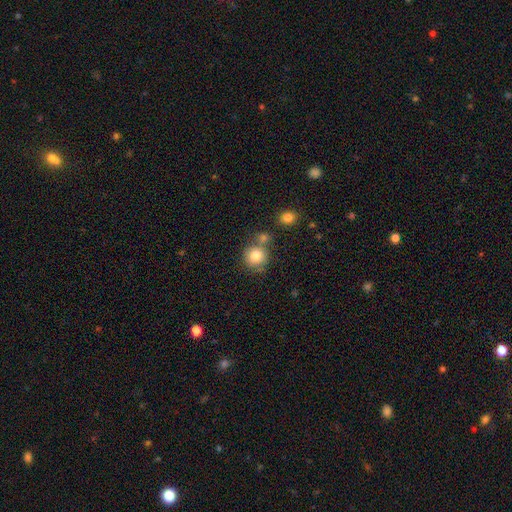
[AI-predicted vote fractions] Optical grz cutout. It shows a smooth galaxy with no disk features (81%) that is round (89%). Merging: none (62%).